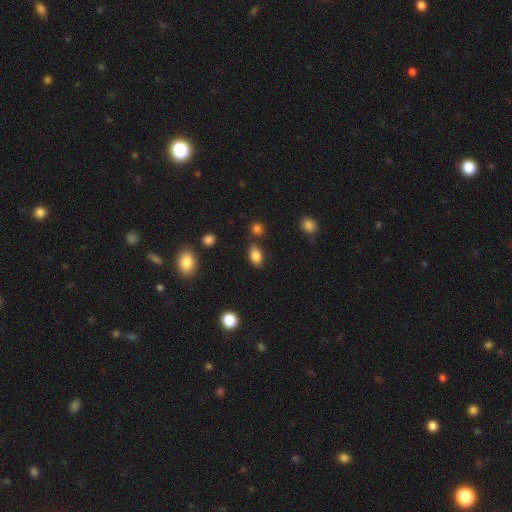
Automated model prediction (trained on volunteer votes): A smooth galaxy with no disk features (84%) that is in between round and cigar-shaped (88%).

Vote fractions:
- Smooth or featured? smooth: 84% / star or artifact: 9% / featured or disk: 7%
- How rounded? in between: 88% / round: 10% / cigar-shaped: 2%
- Merging? none: 80% / minor disturbance: 11% / merger: 6% / major disturbance: 3%